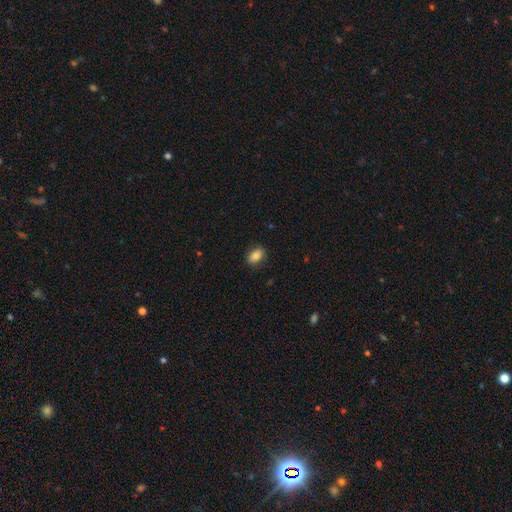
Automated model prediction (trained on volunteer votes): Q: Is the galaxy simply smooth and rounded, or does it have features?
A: smooth — 82%.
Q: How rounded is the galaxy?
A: in between — 84%.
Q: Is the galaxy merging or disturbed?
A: none — 86%.